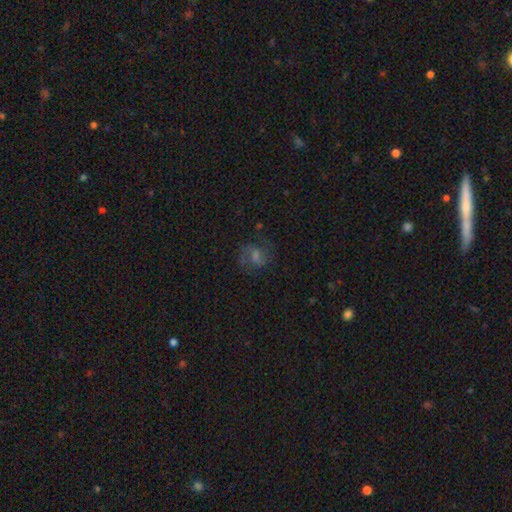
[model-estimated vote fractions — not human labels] Smooth or featured?
  - featured or disk: 52% *
  - smooth: 25%
  - star or artifact: 23%
Edge-on disk?
  - no: 97% *
  - yes: 3%
Bar?
  - weak: 48% *
  - no: 39%
  - strong: 14%
Spiral arms?
  - yes: 86% *
  - no: 14%
Bulge size?
  - moderate: 41% *
  - small: 33%
  - none: 14%
  - large: 10%
  - dominant: 2%
Merging?
  - none: 73% *
  - minor disturbance: 15%
  - major disturbance: 10%
  - merger: 2%